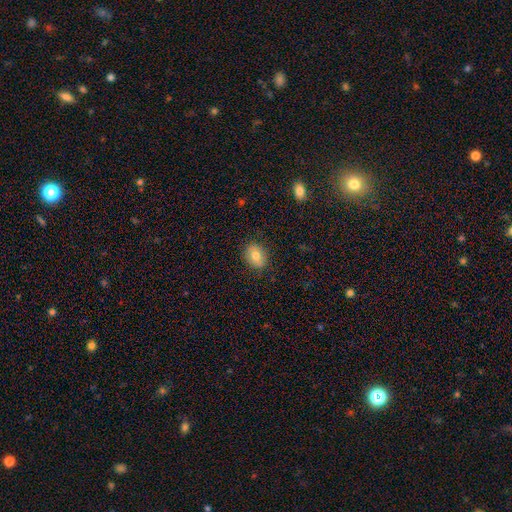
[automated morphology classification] smooth_or_featured: smooth (p=0.76) [alt: featured or disk p=0.15]
how_rounded: in between (p=0.51) [alt: round p=0.48]
merging: none (p=0.87) [alt: minor disturbance p=0.10]